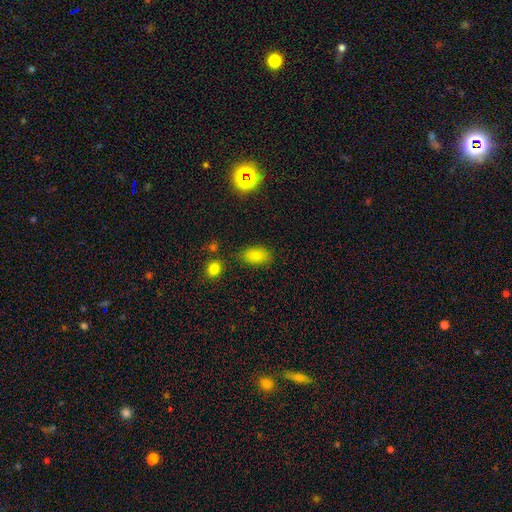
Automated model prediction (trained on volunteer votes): This is clearly a smooth galaxy (83%). How rounded: clearly in between (91%). Merging: likely none (78%).